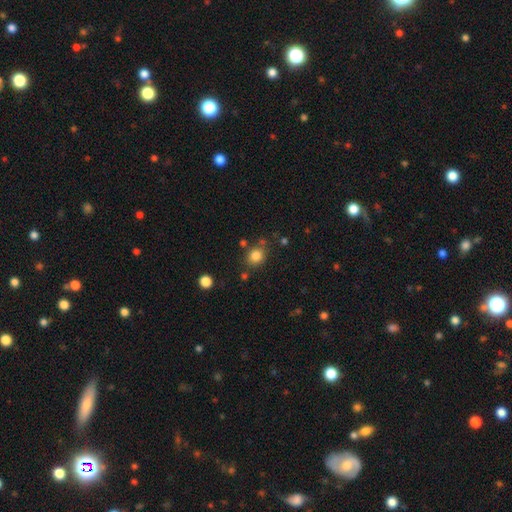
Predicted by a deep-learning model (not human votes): smooth_or_featured: smooth (p=0.82) [alt: star or artifact p=0.12]
how_rounded: round (p=0.76) [alt: in between p=0.23]
merging: none (p=0.74) [alt: minor disturbance p=0.13]